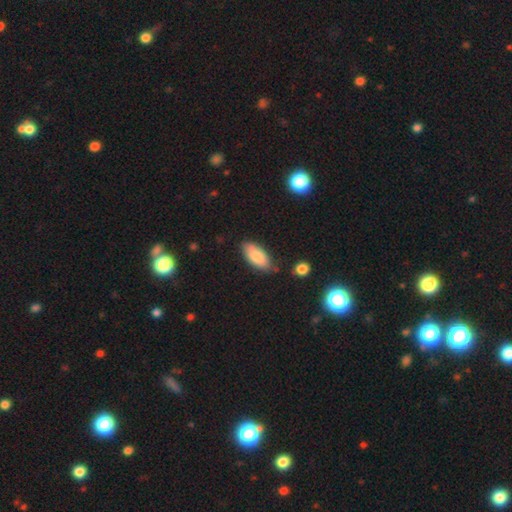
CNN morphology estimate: Smooth or featured: smooth — 81% (featured or disk — 12%)
How rounded: in between — 87% (cigar-shaped — 10%)
Merging: none — 71% (minor disturbance — 21%)